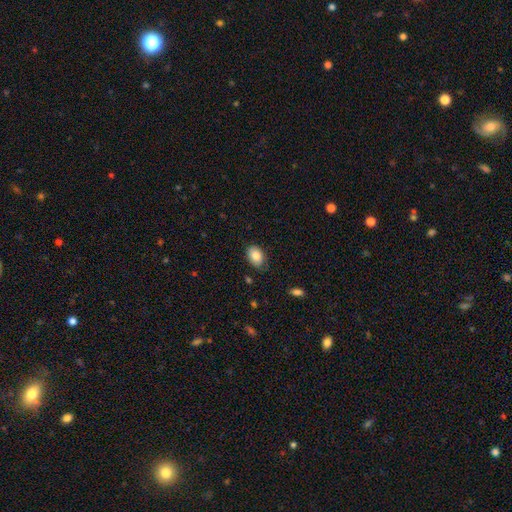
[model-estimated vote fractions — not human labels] Morphology: type=smooth (85%); roundness=in between (82%); merging=none (77%).